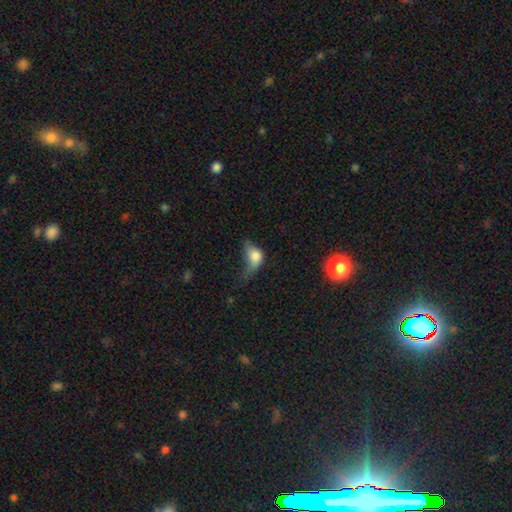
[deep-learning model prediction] Smooth or featured? smooth (70%)
How rounded? in between (71%)
Merging? major disturbance (52%)